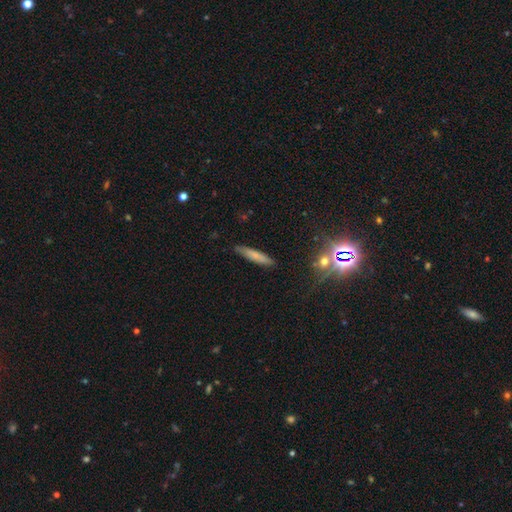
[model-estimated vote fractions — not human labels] Morphology: type=smooth (69%); roundness=cigar-shaped (87%); merging=none (86%).